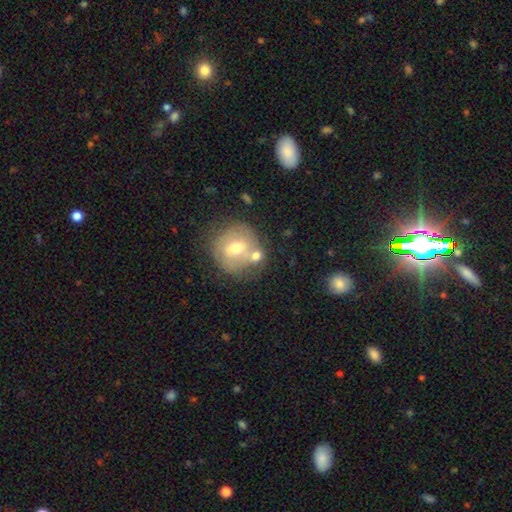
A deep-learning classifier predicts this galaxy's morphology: Overall: smooth (57%; featured or disk 33%). How rounded: round (84%). Merging: none (47%; merger 34%).